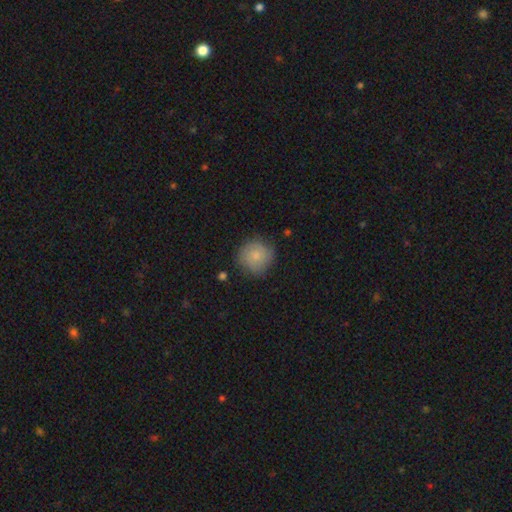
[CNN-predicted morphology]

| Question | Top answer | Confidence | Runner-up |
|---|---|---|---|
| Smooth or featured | smooth | 67% | featured or disk (25%) |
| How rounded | round | 91% | in between (8%) |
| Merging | none | 78% | minor disturbance (16%) |